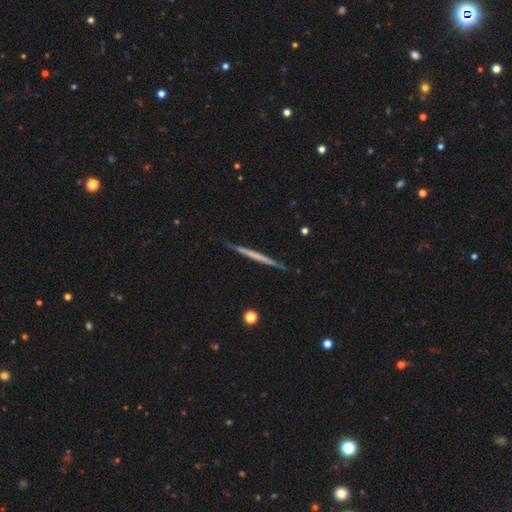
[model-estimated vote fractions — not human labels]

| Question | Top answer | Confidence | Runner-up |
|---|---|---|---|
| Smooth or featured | featured or disk | 55% | smooth (40%) |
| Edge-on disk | yes | 98% | no (2%) |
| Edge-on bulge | none | 93% | rounded (4%) |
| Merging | none | 90% | minor disturbance (7%) |